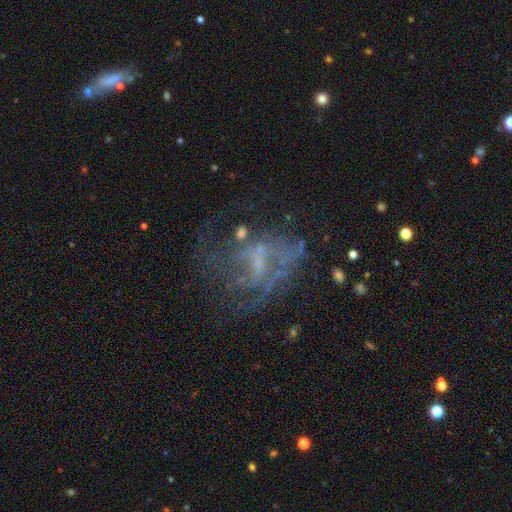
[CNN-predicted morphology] Smooth or featured: featured or disk — 64% (star or artifact — 20%)
Edge-on disk: no — 97% (yes — 3%)
Bar: no — 61% (weak — 30%)
Spiral arms: no — 59% (yes — 41%)
Bulge size: none — 53% (small — 31%)
Merging: none — 40% (major disturbance — 38%)